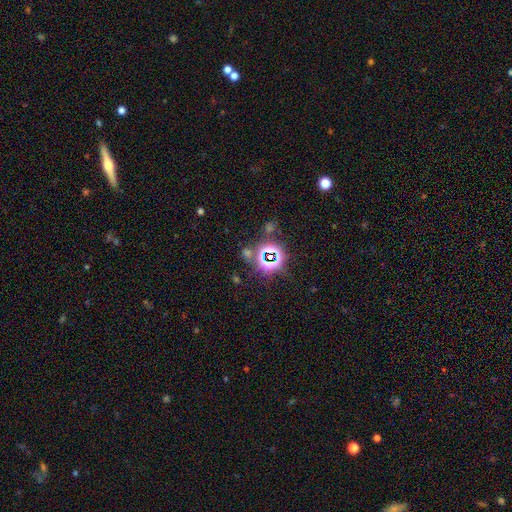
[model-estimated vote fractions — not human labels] Smooth or featured?
  - star or artifact: 78% *
  - smooth: 12%
  - featured or disk: 9%